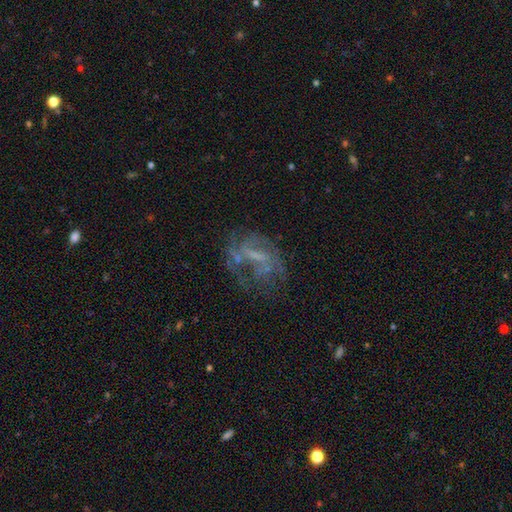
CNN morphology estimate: Q: Smooth or featured?
A: featured or disk (67%); runner-up: smooth (17%)
Q: Edge-on disk?
A: no (96%); runner-up: yes (4%)
Q: Bar?
A: weak (40%); tied with: no (40%)
Q: Spiral arms?
A: yes (56%); runner-up: no (44%)
Q: Bulge size?
A: none (50%); runner-up: small (29%)
Q: Merging?
A: none (45%); runner-up: major disturbance (31%)